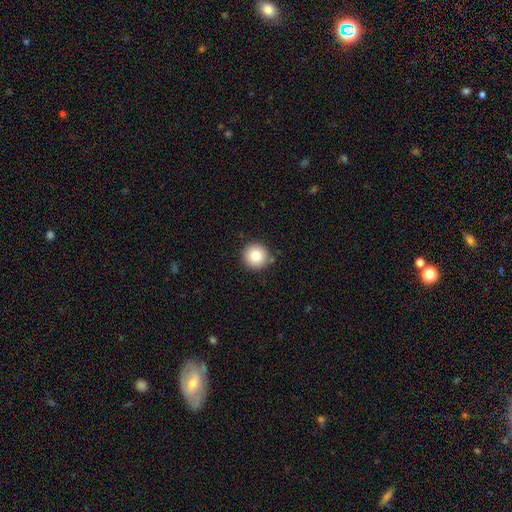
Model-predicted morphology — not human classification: Smooth or featured? Predicted: smooth (p=0.83). How rounded? Predicted: round (p=0.95). Merging? Predicted: none (p=0.86).